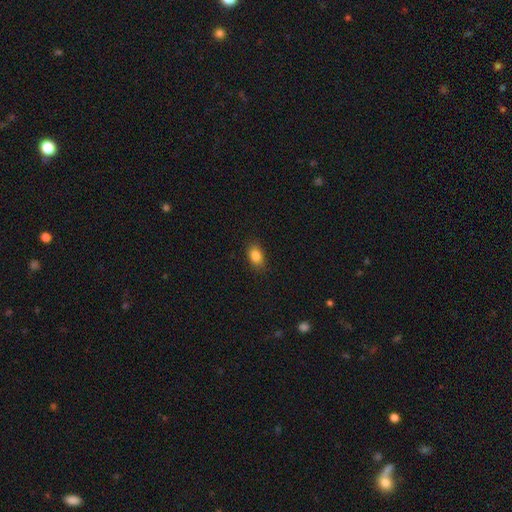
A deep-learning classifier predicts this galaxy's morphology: smooth_or_featured: smooth (p=0.84) [alt: star or artifact p=0.09]
how_rounded: in between (p=0.78) [alt: round p=0.20]
merging: none (p=0.83) [alt: minor disturbance p=0.13]